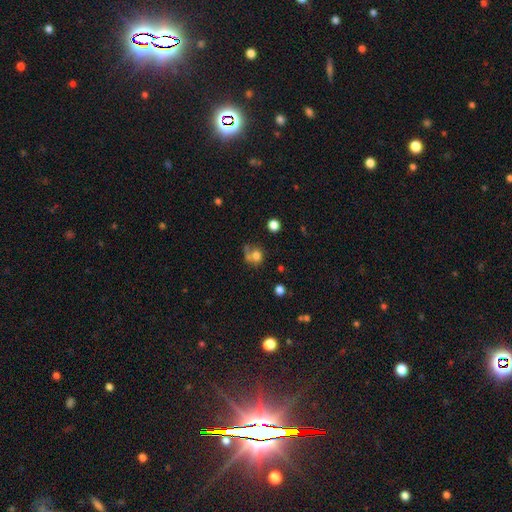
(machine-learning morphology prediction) A smooth galaxy with no disk features (72%) that is round (69%). Merging: none (39%).